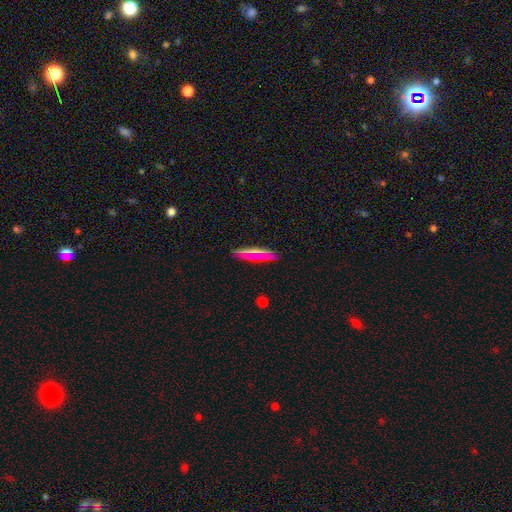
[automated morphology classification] Overall: smooth (69%). How rounded: cigar-shaped (59%; in between 37%). Merging: none (84%).